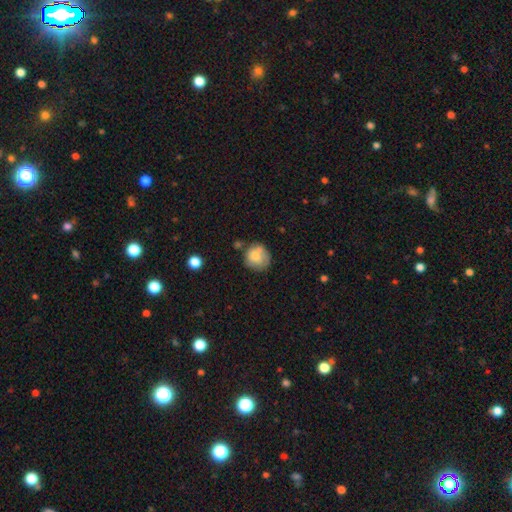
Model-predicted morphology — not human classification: This is likely a smooth galaxy (71%). How rounded: clearly round (81%). Merging: possibly none (55%).